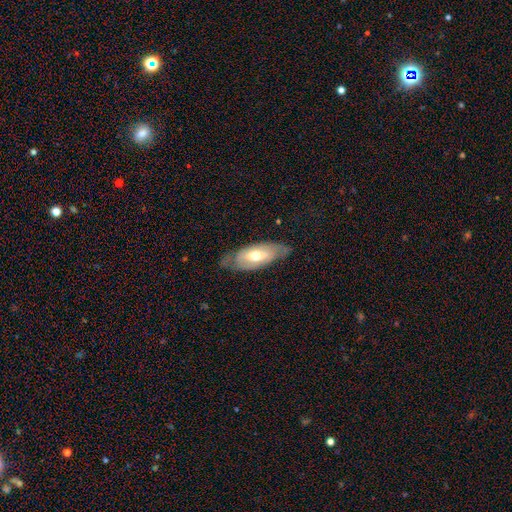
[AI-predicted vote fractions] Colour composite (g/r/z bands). It shows a featured or disk galaxy (56%). Merging: none (65%).